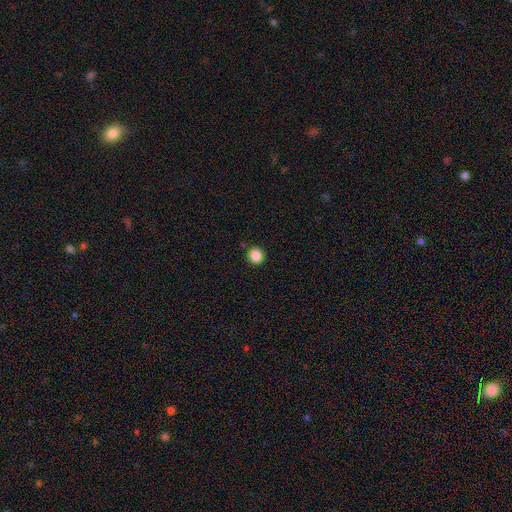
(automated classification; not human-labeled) Smooth or featured: smooth — 86% (star or artifact — 11%)
How rounded: round — 88% (in between — 11%)
Merging: none — 89% (minor disturbance — 7%)